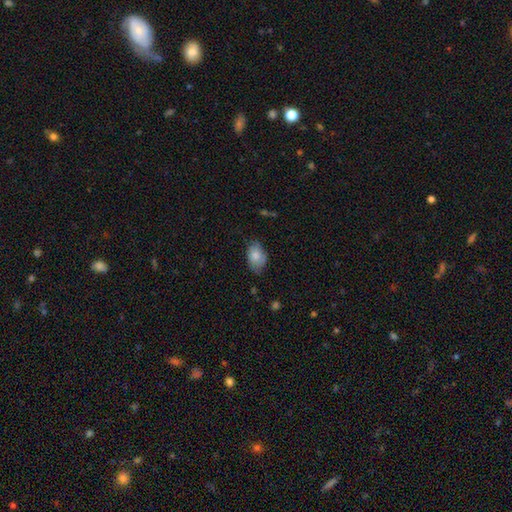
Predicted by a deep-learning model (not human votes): Smooth or featured?
  - smooth: 80% *
  - featured or disk: 13%
  - star or artifact: 7%
How rounded?
  - in between: 88% *
  - round: 11%
  - cigar-shaped: 1%
Merging?
  - none: 62% *
  - minor disturbance: 30%
  - major disturbance: 7%
  - merger: 1%